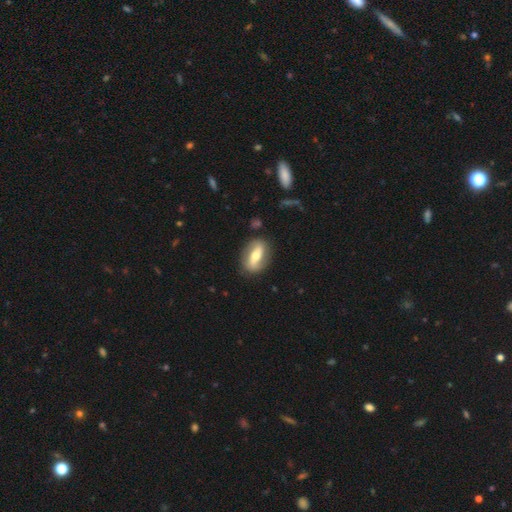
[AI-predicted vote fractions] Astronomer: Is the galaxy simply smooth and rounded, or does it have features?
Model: featured or disk — 60%.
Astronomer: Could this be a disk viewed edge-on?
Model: no — 85%.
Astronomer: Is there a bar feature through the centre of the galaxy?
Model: strong — 54%.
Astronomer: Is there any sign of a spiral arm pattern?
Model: yes — 63%.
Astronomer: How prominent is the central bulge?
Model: moderate — 65%.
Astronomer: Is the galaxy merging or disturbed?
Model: none — 81%.